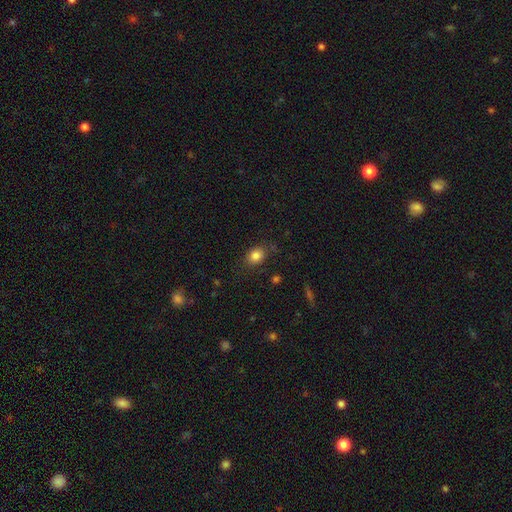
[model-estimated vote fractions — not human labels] smooth_or_featured: smooth (p=0.83) [alt: star or artifact p=0.10]
how_rounded: in between (p=0.61) [alt: round p=0.38]
merging: none (p=0.79) [alt: minor disturbance p=0.15]